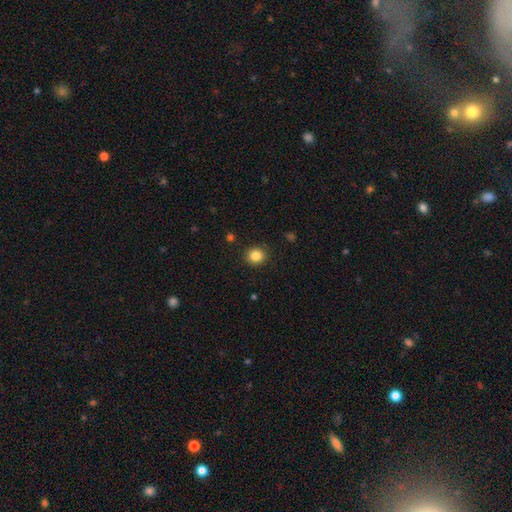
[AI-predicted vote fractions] smooth_or_featured: smooth (p=0.85) [alt: star or artifact p=0.10]
how_rounded: round (p=0.86) [alt: in between p=0.13]
merging: none (p=0.91) [alt: minor disturbance p=0.06]